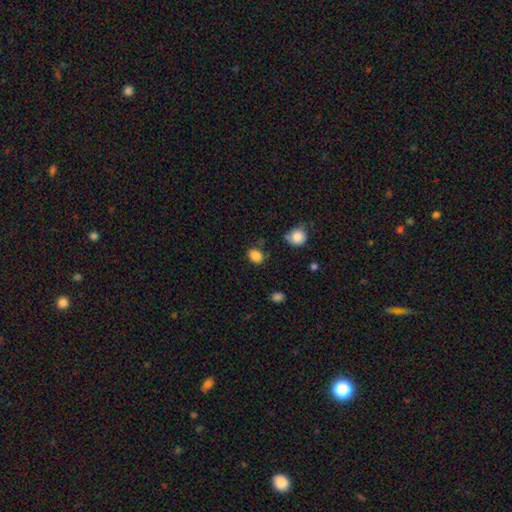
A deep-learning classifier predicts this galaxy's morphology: type=smooth (86%); roundness=in between (53%); merging=none (75%).